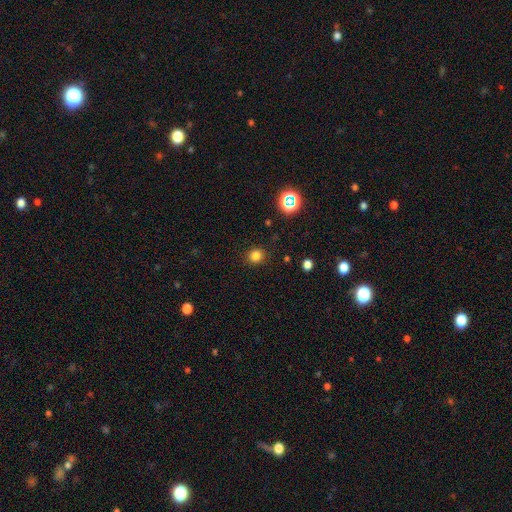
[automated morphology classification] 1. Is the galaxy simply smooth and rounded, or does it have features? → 80% smooth, 15% star or artifact, 4% featured or disk.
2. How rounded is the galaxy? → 87% round, 12% in between, 1% cigar-shaped.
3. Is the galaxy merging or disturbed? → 89% none, 7% minor disturbance, 2% major disturbance, 1% merger.